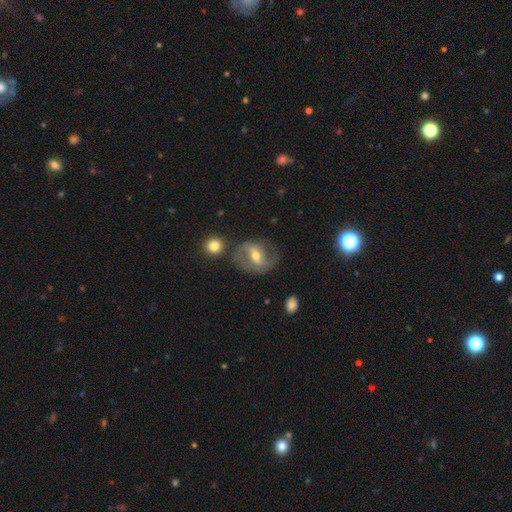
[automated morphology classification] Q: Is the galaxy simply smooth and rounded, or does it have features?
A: featured or disk — 75%.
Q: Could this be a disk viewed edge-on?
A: no — 95%.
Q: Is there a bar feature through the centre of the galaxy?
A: strong — 49%.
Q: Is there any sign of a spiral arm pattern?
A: yes — 83%.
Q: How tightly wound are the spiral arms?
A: medium — 46%.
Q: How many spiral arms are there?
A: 2 — 81%.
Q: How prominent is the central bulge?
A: moderate — 64%.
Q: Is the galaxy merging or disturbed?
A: none — 66%.